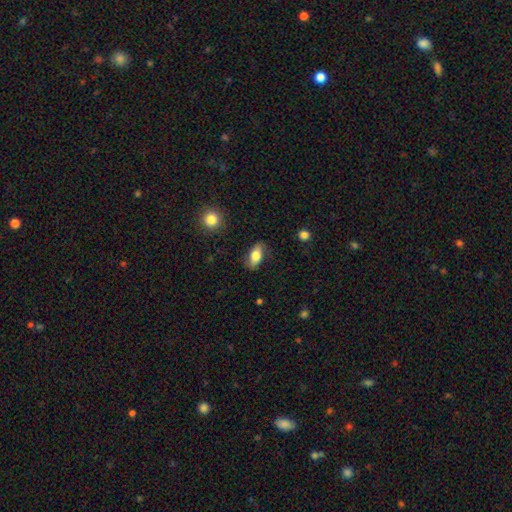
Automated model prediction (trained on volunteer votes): The model was most divided on "smooth or featured": smooth: 74%, featured or disk: 19%, star or artifact: 7%. More confident: how rounded — in between (88%); merging — none (79%).